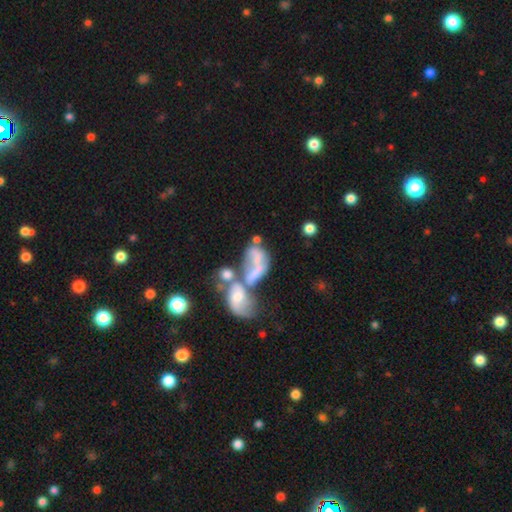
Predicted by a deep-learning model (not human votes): This appears to be a featured or disk galaxy (45%). Merging: merger (67%).